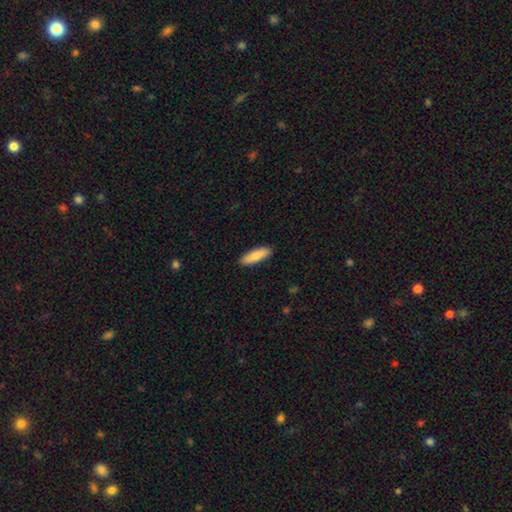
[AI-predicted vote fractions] A smooth galaxy with no disk features (84%) that is cigar-shaped (49%, tied with in between).

Vote fractions:
- Smooth or featured? smooth: 84% / featured or disk: 11% / star or artifact: 6%
- How rounded? cigar-shaped: 49% (tied) / in between: 49% (tied) / round: 2%
- Merging? none: 90% / minor disturbance: 7% / major disturbance: 2% / merger: 1%